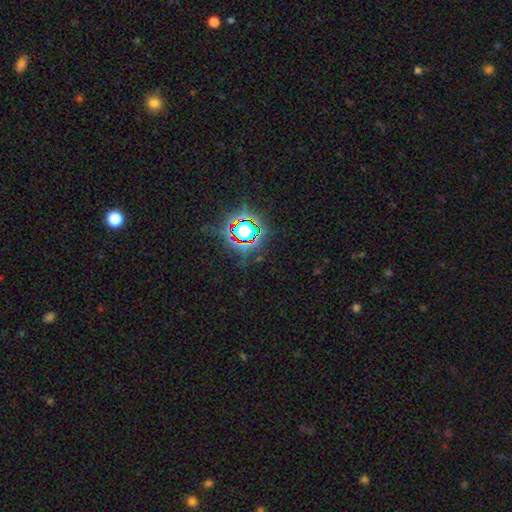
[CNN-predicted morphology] Q: Smooth or featured?
A: star or artifact (81%); runner-up: smooth (12%)